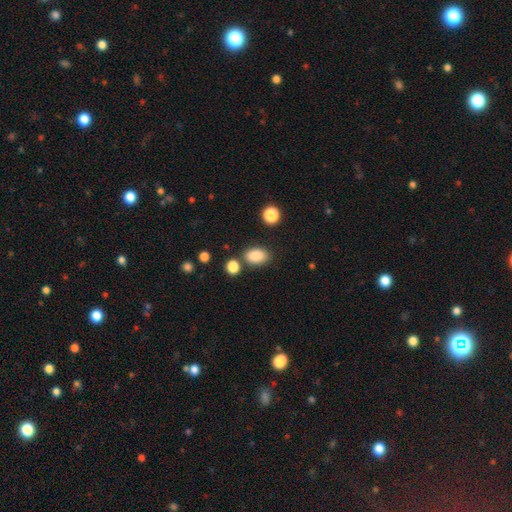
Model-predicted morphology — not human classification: This appears to be a smooth galaxy with no disk features (87%) that is in between round and cigar-shaped (85%). Merging: none (76%).